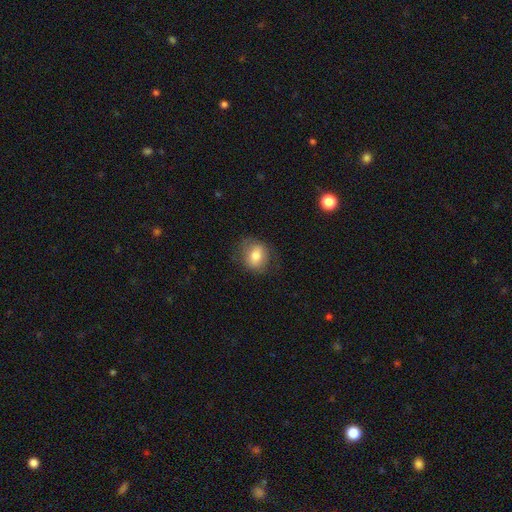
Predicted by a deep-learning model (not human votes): Smooth or featured: smooth — 76% (featured or disk — 16%)
How rounded: round — 56% (in between — 42%)
Merging: none — 75% (minor disturbance — 17%)